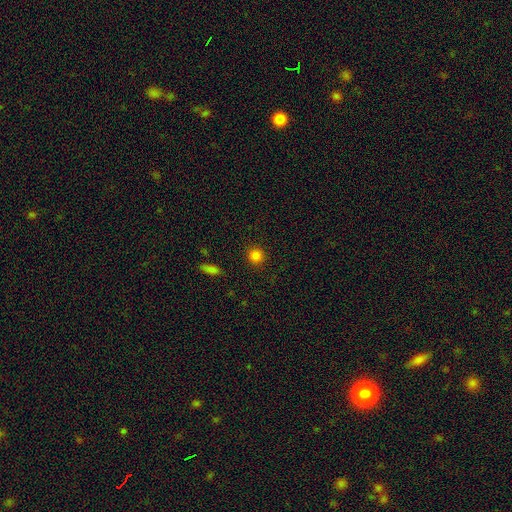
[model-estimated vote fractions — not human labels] A smooth galaxy with no disk features (82%) that is round (92%). Merging: none (91%).